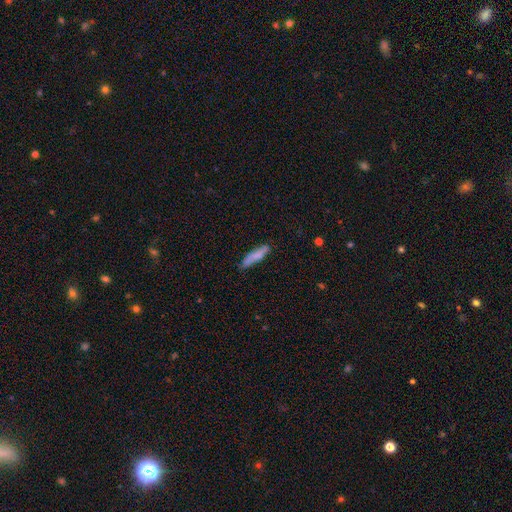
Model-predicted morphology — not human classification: The model was most divided on "merging": none: 76%, minor disturbance: 19%, major disturbance: 3%, merger: 2%. More confident: how rounded — cigar-shaped (83%); smooth or featured — smooth (76%).